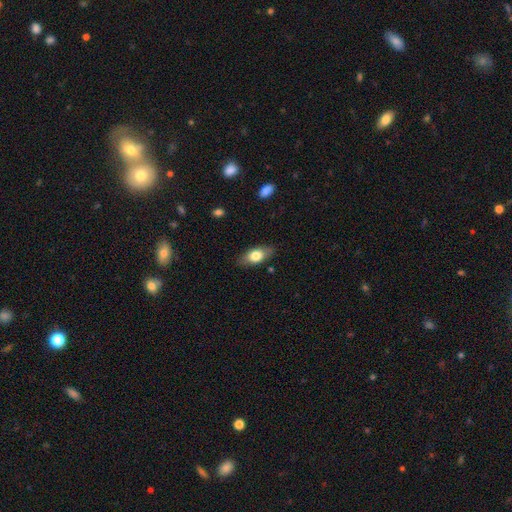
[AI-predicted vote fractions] This is likely a smooth galaxy (73%). How rounded: clearly in between (86%). Merging: clearly none (83%).